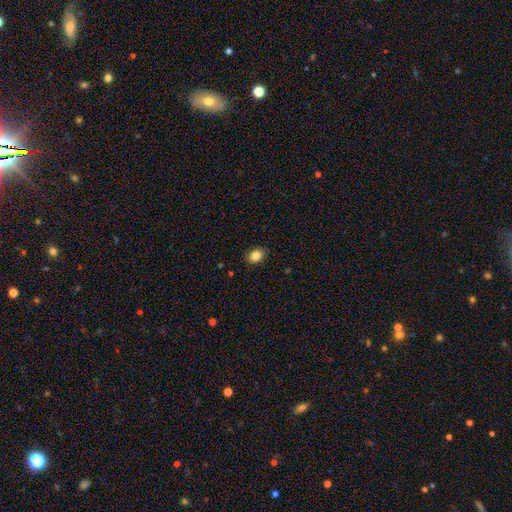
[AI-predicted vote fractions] A smooth galaxy with no disk features (85%) that is in between round and cigar-shaped (55%).

Vote fractions:
- Smooth or featured? smooth: 85% / star or artifact: 10% / featured or disk: 6%
- How rounded? in between: 55% / round: 44% / cigar-shaped: 1%
- Merging? none: 86% / minor disturbance: 10% / major disturbance: 2% / merger: 1%